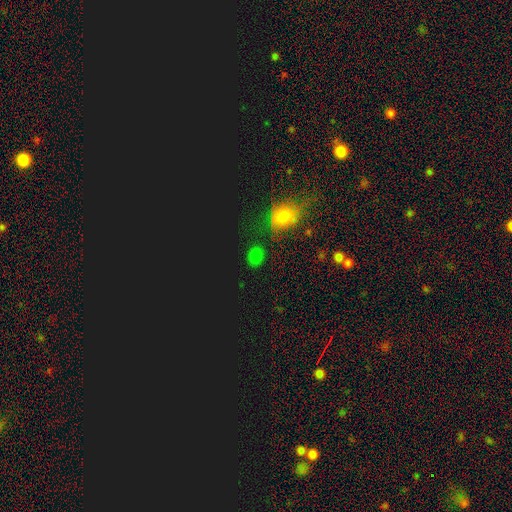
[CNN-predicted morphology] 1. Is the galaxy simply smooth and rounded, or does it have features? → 65% smooth, 29% star or artifact, 6% featured or disk.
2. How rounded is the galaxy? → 72% round, 26% in between, 2% cigar-shaped.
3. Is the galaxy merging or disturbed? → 83% none, 10% minor disturbance, 4% merger, 3% major disturbance.